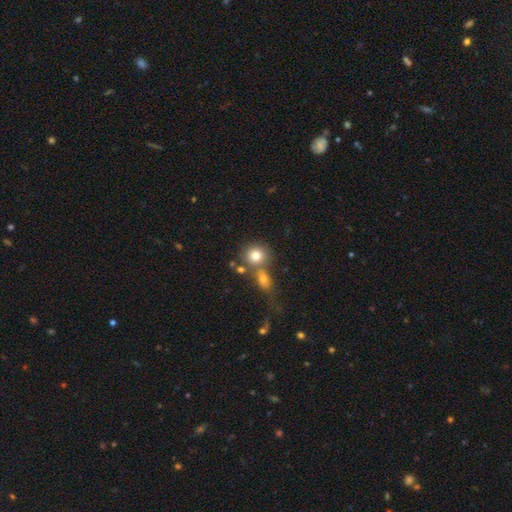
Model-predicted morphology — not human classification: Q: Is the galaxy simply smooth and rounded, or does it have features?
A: smooth — 76%.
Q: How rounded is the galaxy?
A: round — 84%.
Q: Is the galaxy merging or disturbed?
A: none — 51%.